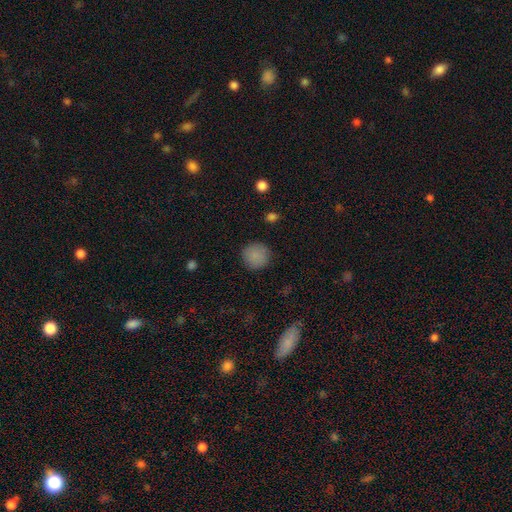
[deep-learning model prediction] smooth-or-featured: smooth: 87% | star or artifact: 9% | featured or disk: 4%
  how-rounded: round: 94% | in between: 6% | cigar-shaped: 1%
  merging: none: 89% | minor disturbance: 8% | major disturbance: 3% | merger: 1%